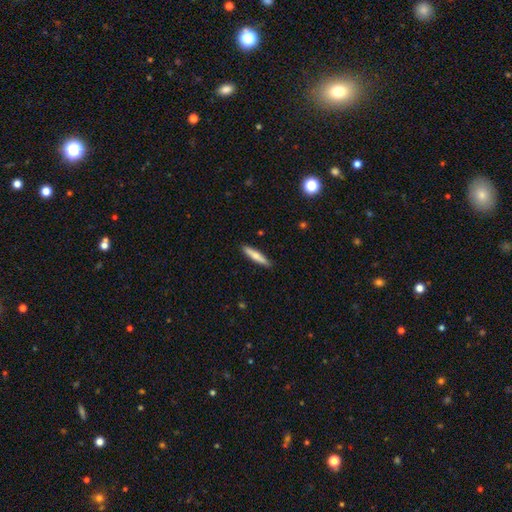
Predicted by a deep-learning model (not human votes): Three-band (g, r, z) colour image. It shows a smooth galaxy with no disk features (65%) that is cigar-shaped (87%). Merging: none (89%).